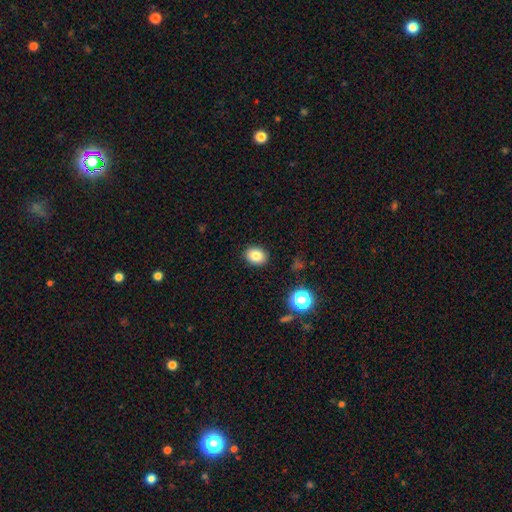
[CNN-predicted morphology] This appears to be a smooth galaxy with no disk features (82%) that is in between round and cigar-shaped (57%). Merging: none (89%).